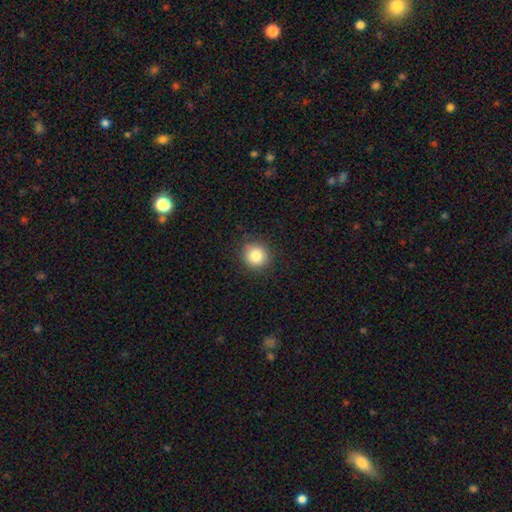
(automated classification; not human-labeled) smooth 83%, star or artifact 10%, featured or disk 6%. Down the decision tree: how rounded — round (93%); merging — none (90%).